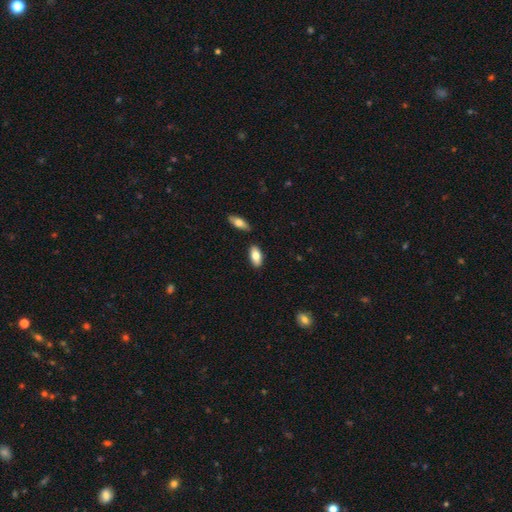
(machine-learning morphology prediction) A smooth galaxy with no disk features (80%) that is in between round and cigar-shaped (90%).

Vote fractions:
- Smooth or featured? smooth: 80% / featured or disk: 14% / star or artifact: 6%
- How rounded? in between: 90% / cigar-shaped: 8% / round: 2%
- Merging? none: 84% / minor disturbance: 10% / merger: 5% / major disturbance: 2%